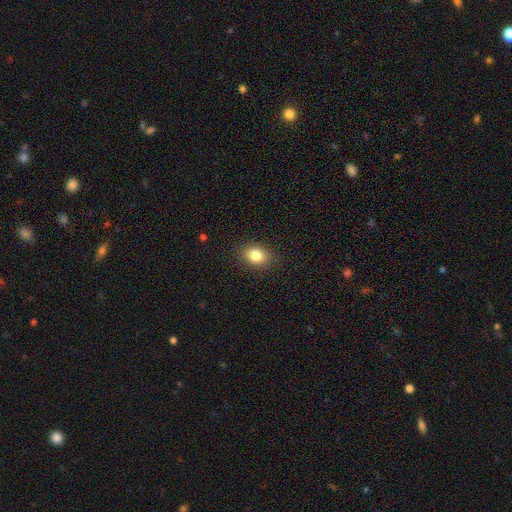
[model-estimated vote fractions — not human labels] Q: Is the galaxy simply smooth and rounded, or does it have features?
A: smooth — 83%.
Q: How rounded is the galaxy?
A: in between — 68%.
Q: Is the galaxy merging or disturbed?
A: none — 86%.